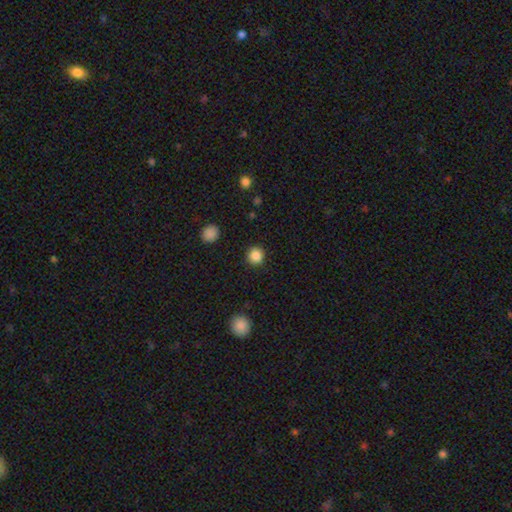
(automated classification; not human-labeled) This appears to be a smooth galaxy with no disk features (86%) that is round (93%). Merging: none (91%).